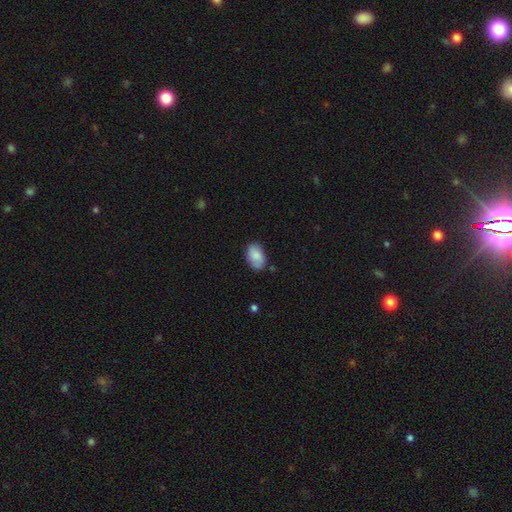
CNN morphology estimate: Smooth or featured? Predicted: smooth (p=0.82). How rounded? Predicted: in between (p=0.90). Merging? Predicted: none (p=0.73).